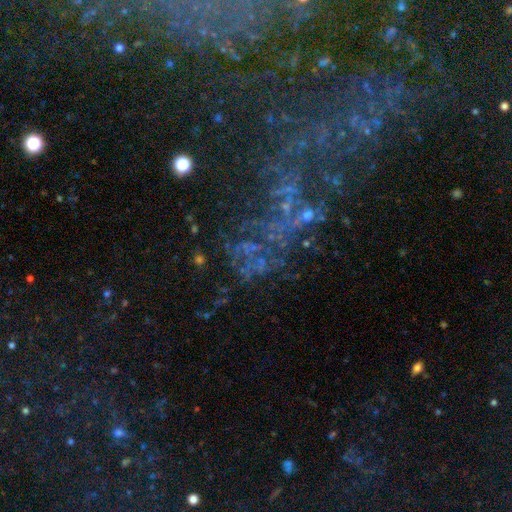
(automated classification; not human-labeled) Smooth or featured?
  - star or artifact: 49% *
  - featured or disk: 36%
  - smooth: 15%